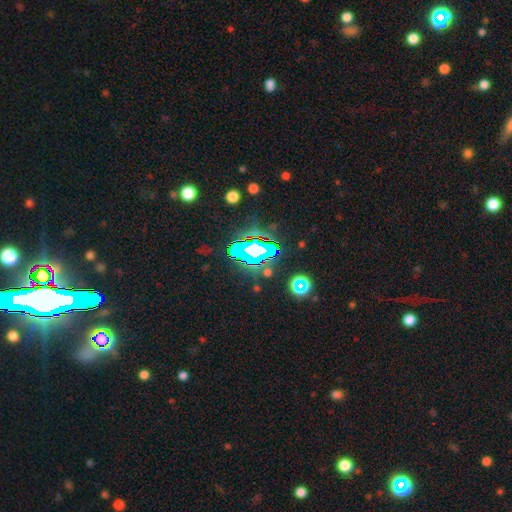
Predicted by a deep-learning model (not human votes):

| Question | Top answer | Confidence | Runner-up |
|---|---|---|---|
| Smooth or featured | star or artifact | 62% | smooth (20%) |